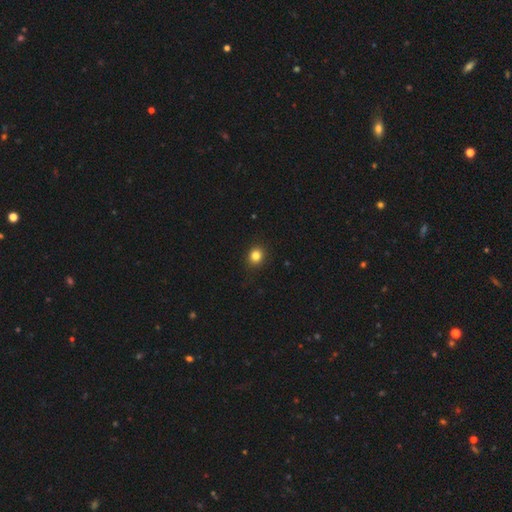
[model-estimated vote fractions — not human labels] smooth_or_featured: smooth (p=0.83) [alt: star or artifact p=0.12]
how_rounded: round (p=0.76) [alt: in between p=0.23]
merging: none (p=0.90) [alt: minor disturbance p=0.07]